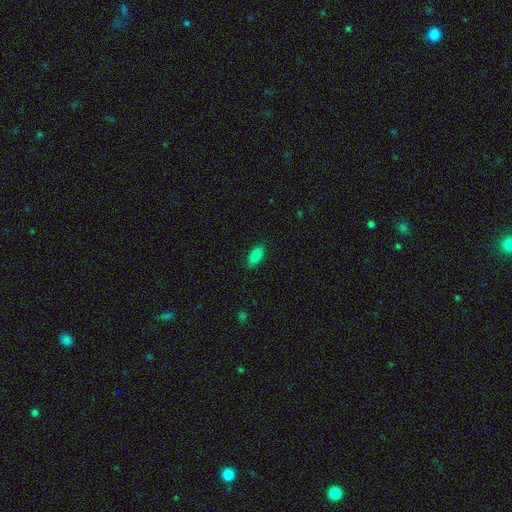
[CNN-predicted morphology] smooth-or-featured: smooth: 84% | star or artifact: 8% | featured or disk: 8%
  how-rounded: in between: 86% | cigar-shaped: 11% | round: 3%
  merging: none: 88% | minor disturbance: 9% | major disturbance: 2% | merger: 1%